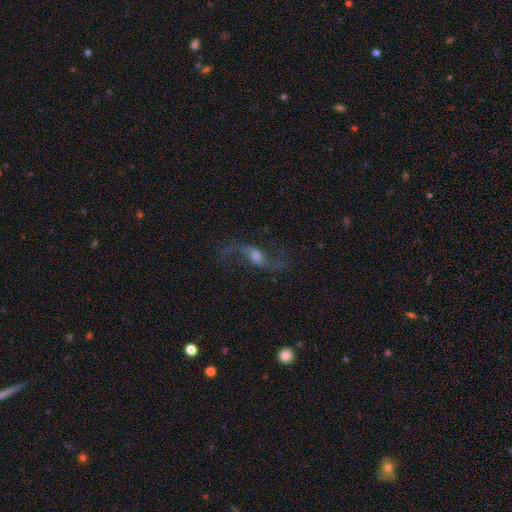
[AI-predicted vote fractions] The model was most divided on "bar": weak: 45%, no: 36%, strong: 19%. Remaining: spiral arms — yes (94%); spiral arm count — 2 (93%); spiral winding — loose (90%); edge-on disk — no (90%); smooth or featured — featured or disk (82%); merging — none (72%); bulge size — moderate (47%).